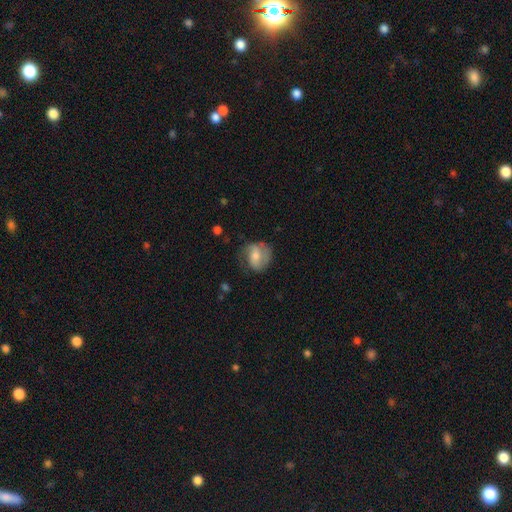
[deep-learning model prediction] Smooth or featured?
  - featured or disk: 47% *
  - smooth: 46%
  - star or artifact: 7%
Merging?
  - none: 57% *
  - minor disturbance: 27%
  - major disturbance: 15%
  - merger: 2%